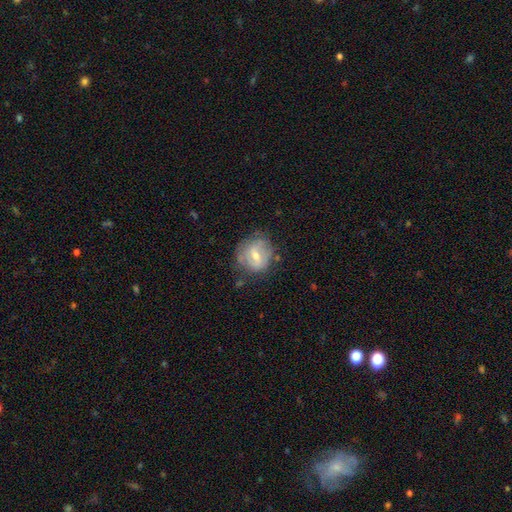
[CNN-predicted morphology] Smooth or featured?
  - featured or disk: 53% *
  - smooth: 38%
  - star or artifact: 9%
Edge-on disk?
  - no: 95% *
  - yes: 5%
Bar?
  - weak: 49% *
  - strong: 26%
  - no: 25%
Spiral arms?
  - no: 59% *
  - yes: 41%
Bulge size?
  - moderate: 56% *
  - small: 39%
  - large: 3%
  - none: 2%
  - dominant: 1%
Merging?
  - none: 67% *
  - minor disturbance: 22%
  - major disturbance: 8%
  - merger: 3%